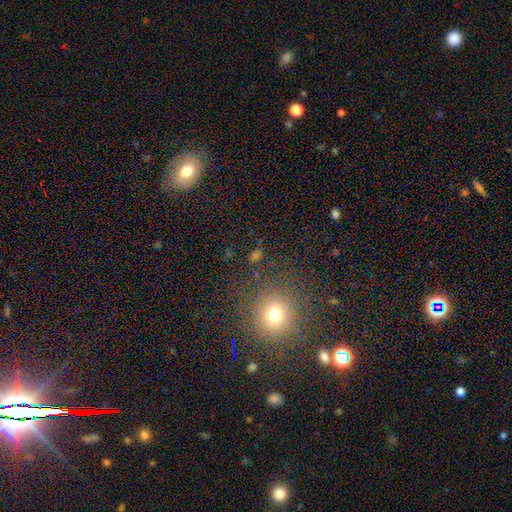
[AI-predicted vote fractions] Smooth or featured? smooth (56%)
How rounded? round (78%)
Merging? none (83%)